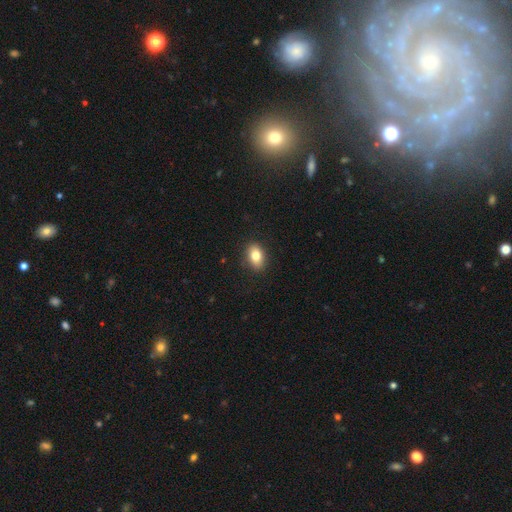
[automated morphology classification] A smooth galaxy with no disk features (83%) that is in between round and cigar-shaped (83%).

Vote fractions:
- Smooth or featured? smooth: 83% / featured or disk: 9% / star or artifact: 8%
- How rounded? in between: 83% / round: 15% / cigar-shaped: 2%
- Merging? none: 89% / minor disturbance: 8% / major disturbance: 2% / merger: 1%